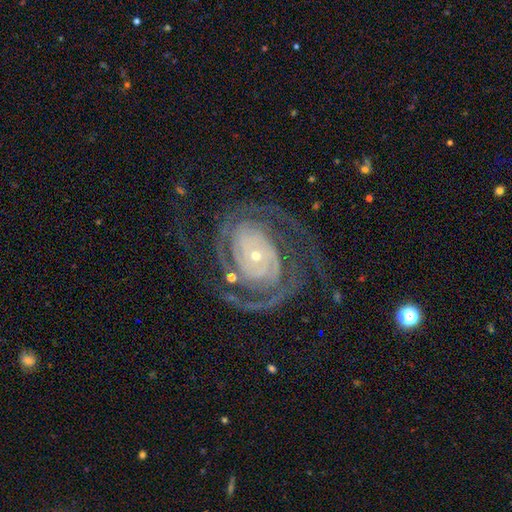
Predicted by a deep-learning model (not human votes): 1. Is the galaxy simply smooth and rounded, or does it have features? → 91% featured or disk, 5% star or artifact, 4% smooth.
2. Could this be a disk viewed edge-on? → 97% no, 3% yes.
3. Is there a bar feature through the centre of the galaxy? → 69% no, 19% weak, 12% strong.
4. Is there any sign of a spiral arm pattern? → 98% yes, 2% no.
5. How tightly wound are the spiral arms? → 63% tight, 30% medium, 7% loose.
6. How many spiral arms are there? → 72% 2, 9% 3, 8% can't tell, 4% 4, 4% 1, 3% more than 4.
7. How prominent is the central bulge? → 77% small, 18% moderate, 2% large, 1% none, 1% dominant.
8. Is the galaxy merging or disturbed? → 69% none, 15% major disturbance, 14% minor disturbance, 2% merger.